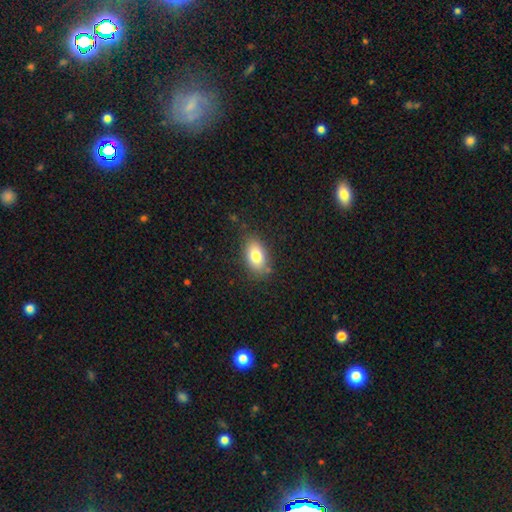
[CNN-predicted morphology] Smooth or featured: smooth — 79% (featured or disk — 13%)
How rounded: in between — 89% (round — 8%)
Merging: none — 80% (minor disturbance — 14%)